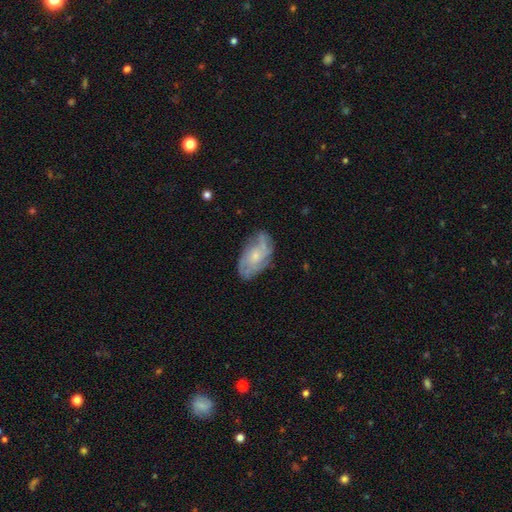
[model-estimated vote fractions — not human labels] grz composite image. It shows a featured or disk galaxy (65%) with no bar (77%), spiral arms (81%) and a small central bulge (61%). Merging: none (68%).